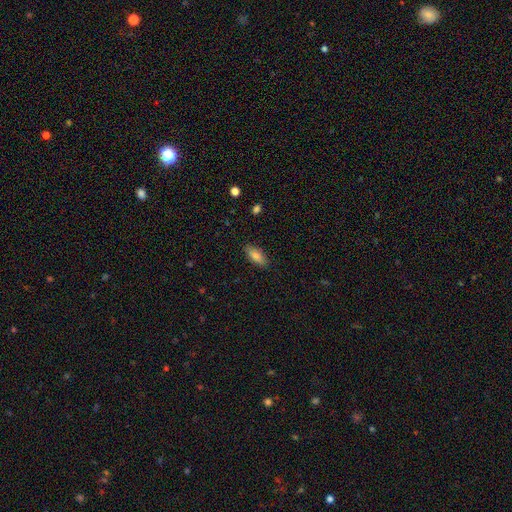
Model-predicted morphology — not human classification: type=smooth (81%); roundness=in between (78%); merging=none (87%).